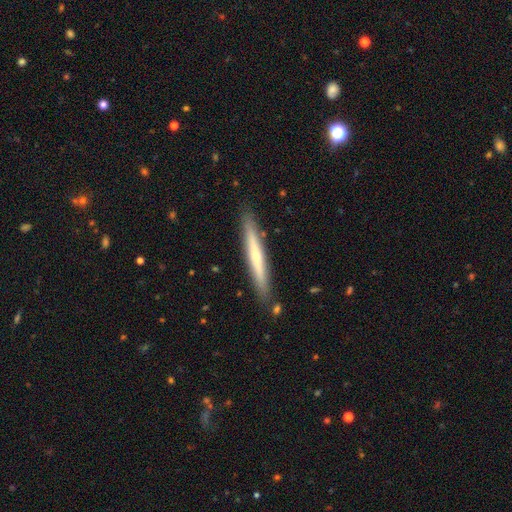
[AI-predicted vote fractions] Q: Smooth or featured?
A: featured or disk (51%); runner-up: smooth (43%)
Q: Edge-on disk?
A: yes (95%); runner-up: no (5%)
Q: Merging?
A: none (89%); runner-up: minor disturbance (8%)